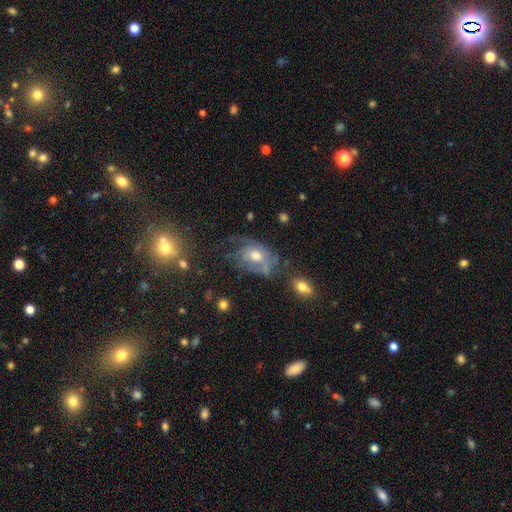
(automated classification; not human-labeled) smooth-or-featured: featured or disk: 57% | smooth: 31% | star or artifact: 12%
  disk-edge-on: no: 95% | yes: 5%
    bar: no: 79% | weak: 18% | strong: 3%
    has-spiral-arms: yes: 67% | no: 33%
    bulge-size: moderate: 66% | large: 18% | small: 12% | none: 2% | dominant: 2%
  merging: none: 41% | major disturbance: 27% | minor disturbance: 25% | merger: 7%